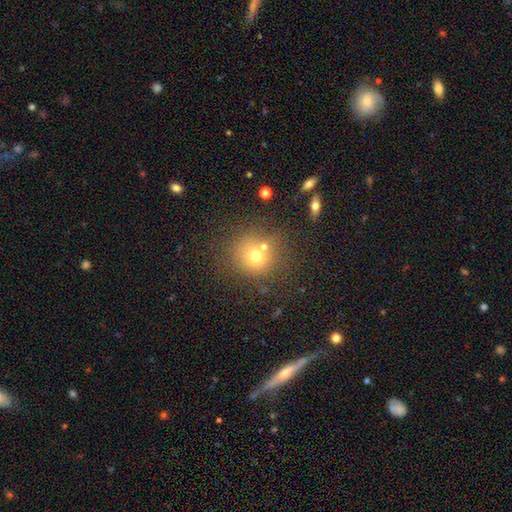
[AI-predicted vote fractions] smooth-or-featured: smooth: 68% | star or artifact: 18% | featured or disk: 15%
  how-rounded: round: 88% | in between: 11% | cigar-shaped: 1%
  merging: none: 62% | merger: 23% | minor disturbance: 10% | major disturbance: 5%